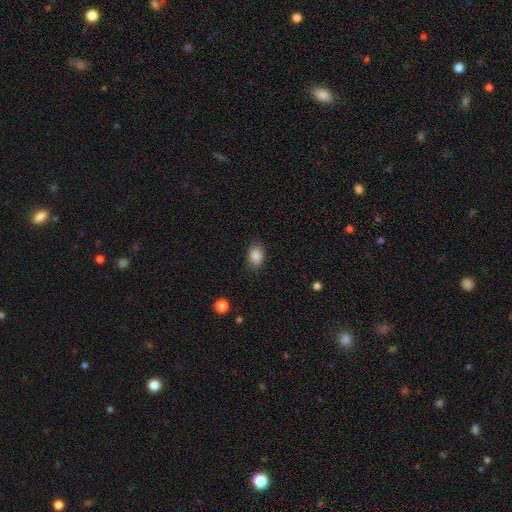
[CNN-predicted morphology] Smooth or featured? Predicted: smooth (p=0.87). How rounded? Predicted: in between (p=0.77). Merging? Predicted: none (p=0.84).